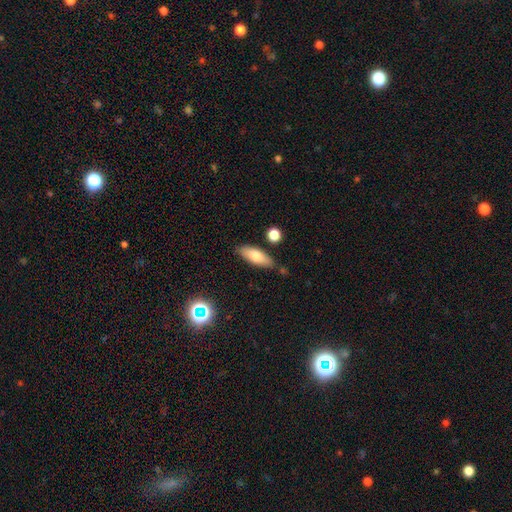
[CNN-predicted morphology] Overall: smooth (76%). How rounded: in between (66%; cigar-shaped 31%). Merging: none (80%).